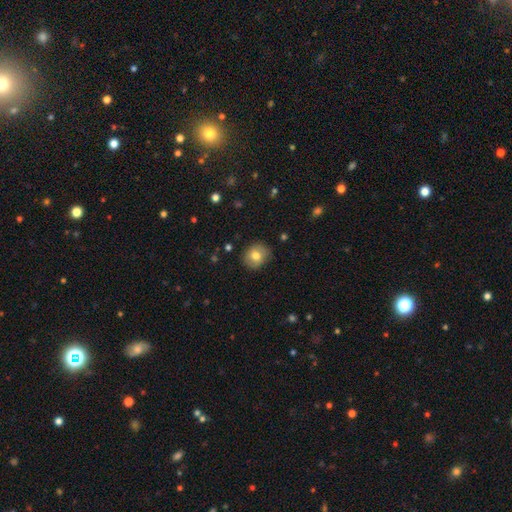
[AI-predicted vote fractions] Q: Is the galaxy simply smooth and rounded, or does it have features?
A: smooth — 75%.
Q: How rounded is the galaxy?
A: round — 74%.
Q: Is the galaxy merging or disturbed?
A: none — 85%.